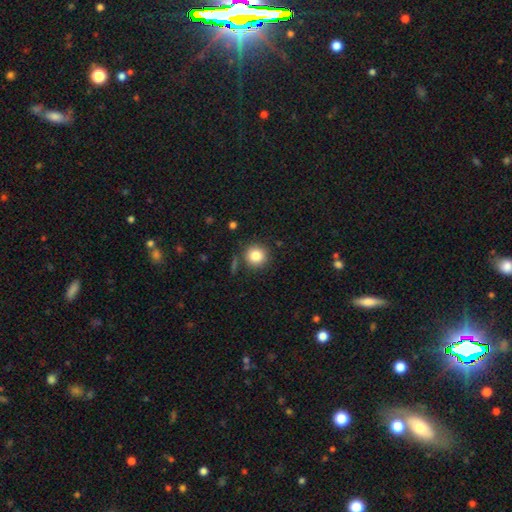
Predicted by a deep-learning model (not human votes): This is clearly a smooth galaxy (84%). How rounded: clearly round (93%). Merging: clearly none (85%).